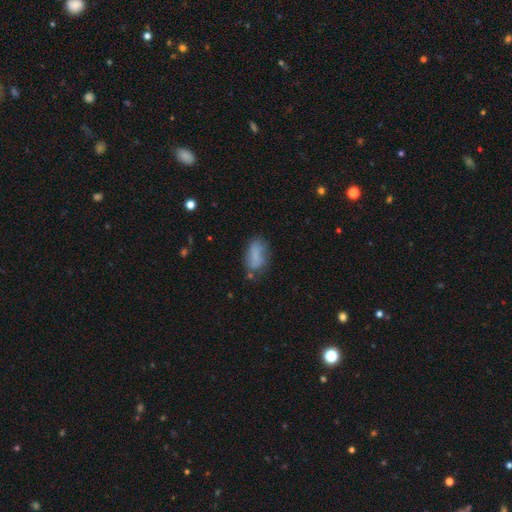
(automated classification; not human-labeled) smooth 74%, featured or disk 17%, star or artifact 10%. Down the decision tree: how rounded — in between (88%); merging — none (52%).